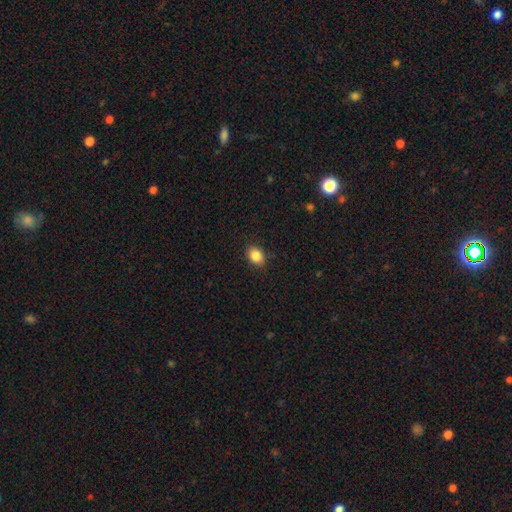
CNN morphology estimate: Smooth or featured: smooth — 86% (star or artifact — 9%)
How rounded: in between — 62% (round — 37%)
Merging: none — 88% (minor disturbance — 9%)